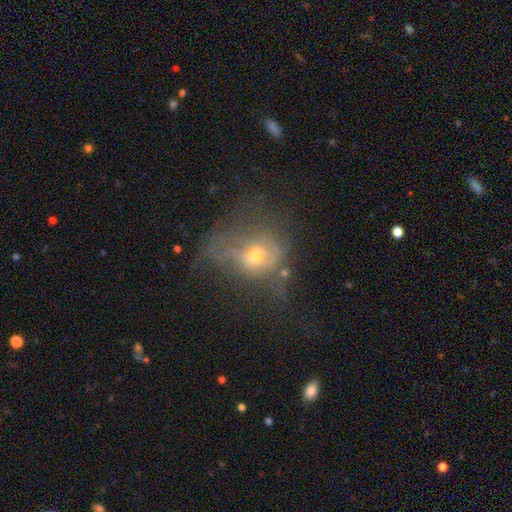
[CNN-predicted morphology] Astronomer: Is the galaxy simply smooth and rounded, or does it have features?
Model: smooth — 41%, tied with featured or disk at 41%.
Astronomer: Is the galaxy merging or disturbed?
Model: major disturbance — 46% (runner-up: none, 27%).